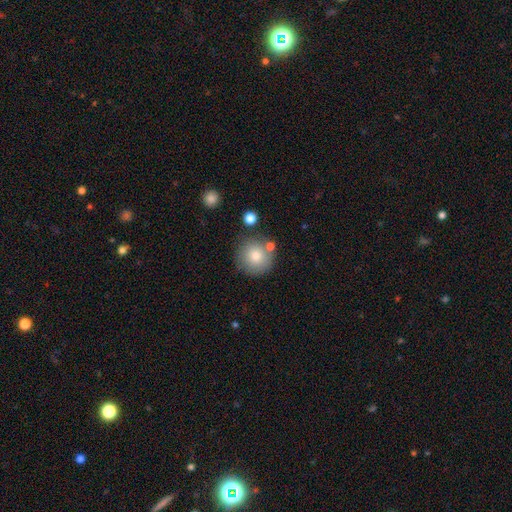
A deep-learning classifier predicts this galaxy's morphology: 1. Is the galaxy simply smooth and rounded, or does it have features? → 79% smooth, 11% featured or disk, 10% star or artifact.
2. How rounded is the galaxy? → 94% round, 5% in between, 1% cigar-shaped.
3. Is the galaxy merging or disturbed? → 77% none, 11% minor disturbance, 9% merger, 3% major disturbance.